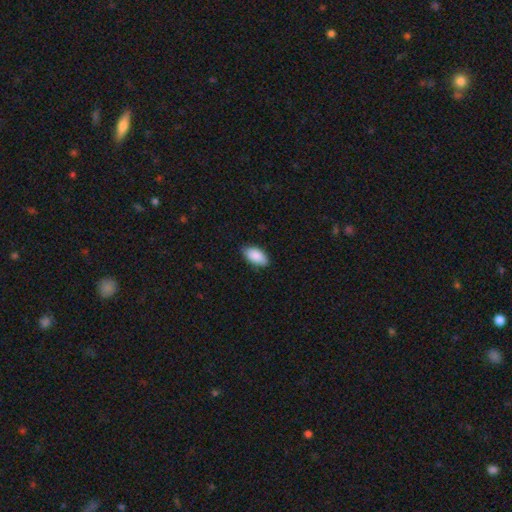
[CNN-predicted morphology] A smooth galaxy with no disk features (89%) that is in between round and cigar-shaped (94%).

Vote fractions:
- Smooth or featured? smooth: 89% / star or artifact: 6% / featured or disk: 4%
- How rounded? in between: 94% / cigar-shaped: 3% / round: 2%
- Merging? none: 84% / minor disturbance: 13% / major disturbance: 2% / merger: 1%